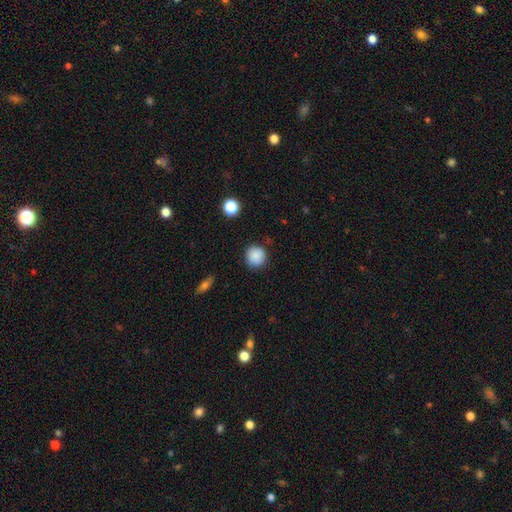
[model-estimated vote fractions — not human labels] Smooth or featured? Predicted: smooth (p=0.87). How rounded? Predicted: round (p=0.92). Merging? Predicted: none (p=0.86).